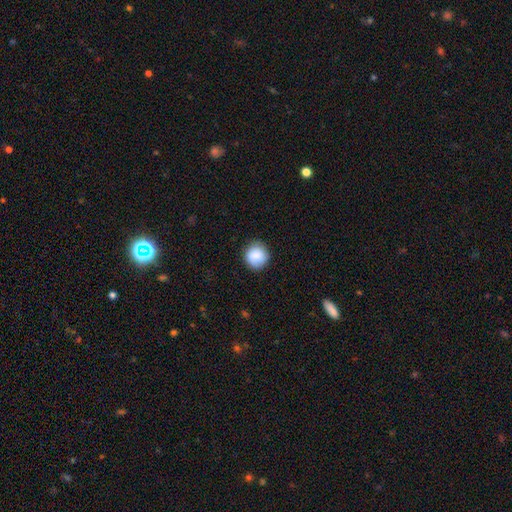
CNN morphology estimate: The model was most divided on "merging": none: 85%, minor disturbance: 11%, major disturbance: 3%, merger: 1%. More confident: how rounded — round (91%); smooth or featured — smooth (87%).